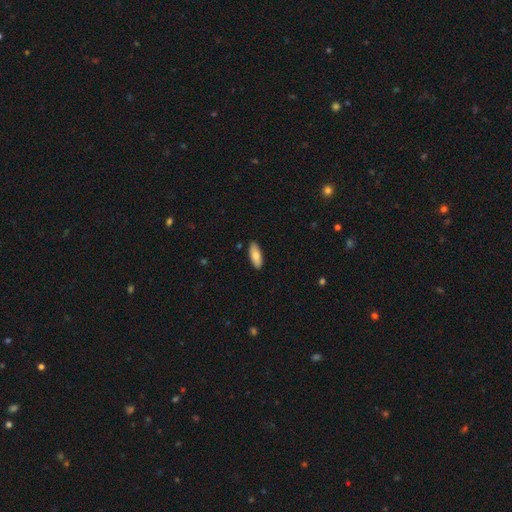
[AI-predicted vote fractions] Smooth or featured?
  - smooth: 81% *
  - featured or disk: 13%
  - star or artifact: 6%
How rounded?
  - in between: 76% *
  - cigar-shaped: 22%
  - round: 2%
Merging?
  - none: 89% *
  - minor disturbance: 9%
  - major disturbance: 2%
  - merger: 1%